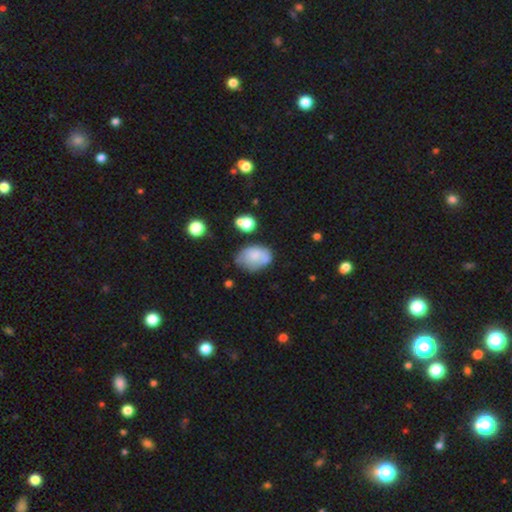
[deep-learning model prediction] smooth_or_featured: smooth (p=0.64) [alt: featured or disk p=0.26]
how_rounded: in between (p=0.78) [alt: round p=0.21]
merging: none (p=0.44) [alt: minor disturbance p=0.35]